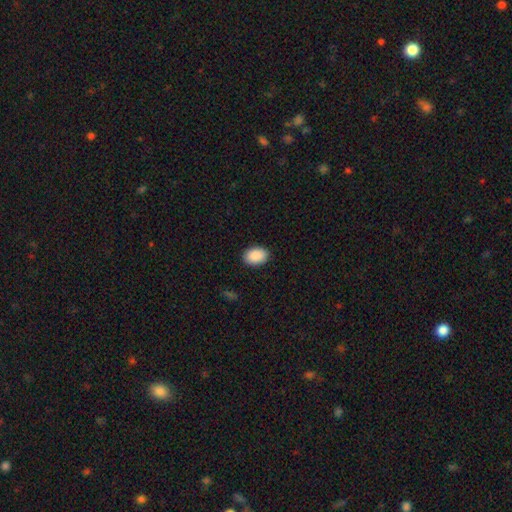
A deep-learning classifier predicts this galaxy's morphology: A smooth galaxy with no disk features (91%) that is in between round and cigar-shaped (86%).

Vote fractions:
- Smooth or featured? smooth: 91% / star or artifact: 7% / featured or disk: 2%
- How rounded? in between: 86% / round: 13% / cigar-shaped: 1%
- Merging? none: 90% / minor disturbance: 8% / major disturbance: 2% / merger: 1%